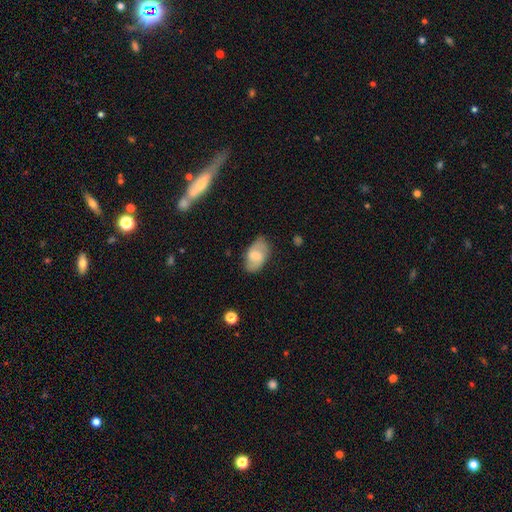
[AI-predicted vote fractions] The model was most divided on "smooth or featured": smooth: 60%, featured or disk: 33%, star or artifact: 7%. More confident: how rounded — in between (92%); merging — none (76%).